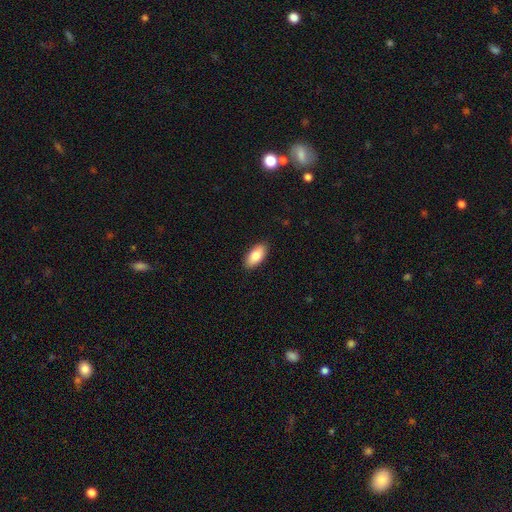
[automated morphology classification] Smooth or featured?
  - smooth: 83% *
  - featured or disk: 11%
  - star or artifact: 6%
How rounded?
  - in between: 90% *
  - cigar-shaped: 7%
  - round: 2%
Merging?
  - none: 89% *
  - minor disturbance: 8%
  - major disturbance: 2%
  - merger: 1%